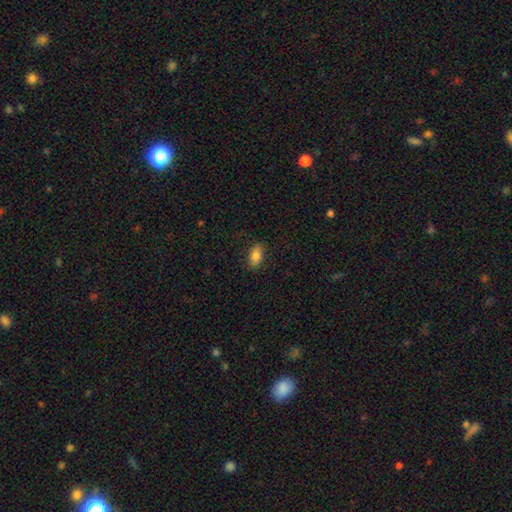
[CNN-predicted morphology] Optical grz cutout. It shows a smooth galaxy with no disk features (83%) that is in between round and cigar-shaped (89%). Merging: none (85%).